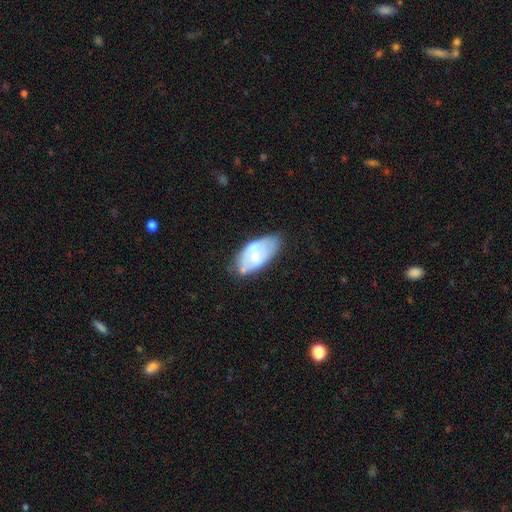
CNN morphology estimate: This is possibly a smooth galaxy (52%). How rounded: clearly in between (92%). Merging: possibly none (53%).